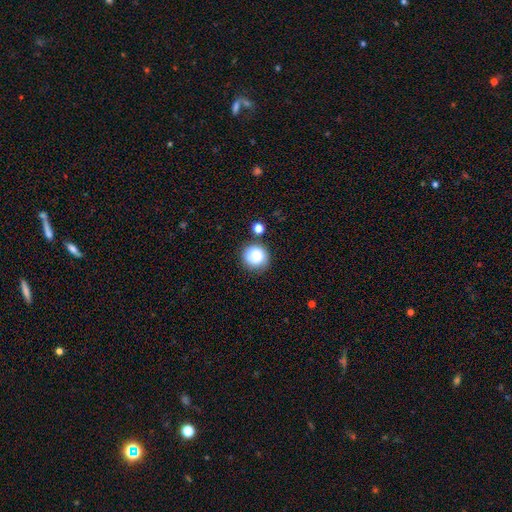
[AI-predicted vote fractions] Q: Smooth or featured?
A: smooth (84%); runner-up: star or artifact (10%)
Q: How rounded?
A: round (92%); runner-up: in between (7%)
Q: Merging?
A: none (75%); runner-up: minor disturbance (13%)